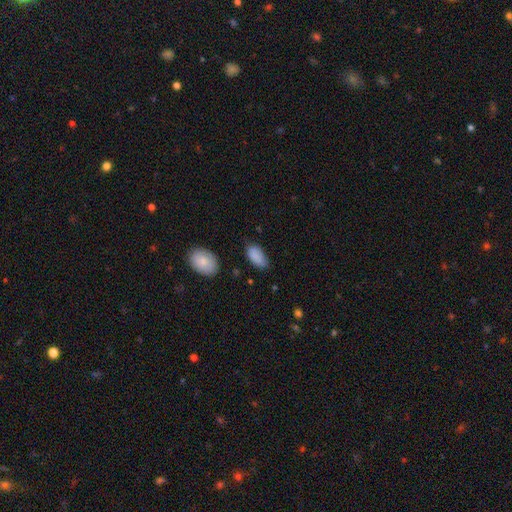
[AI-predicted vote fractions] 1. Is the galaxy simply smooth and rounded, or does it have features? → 87% smooth, 8% star or artifact, 5% featured or disk.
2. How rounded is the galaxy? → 94% in between, 3% cigar-shaped, 3% round.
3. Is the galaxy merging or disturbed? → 68% none, 25% minor disturbance, 5% major disturbance, 2% merger.